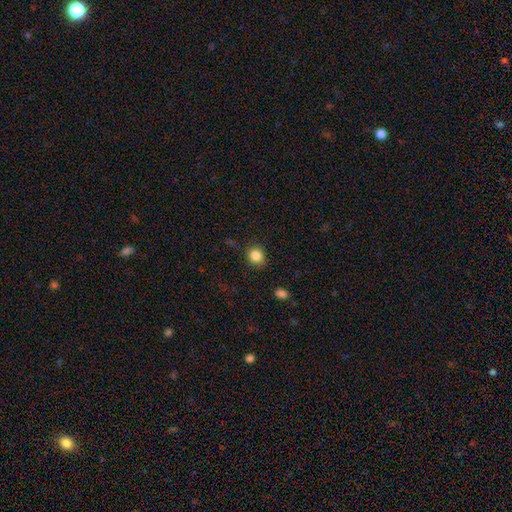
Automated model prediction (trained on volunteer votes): Overall: smooth (85%). How rounded: round (75%). Merging: none (85%).